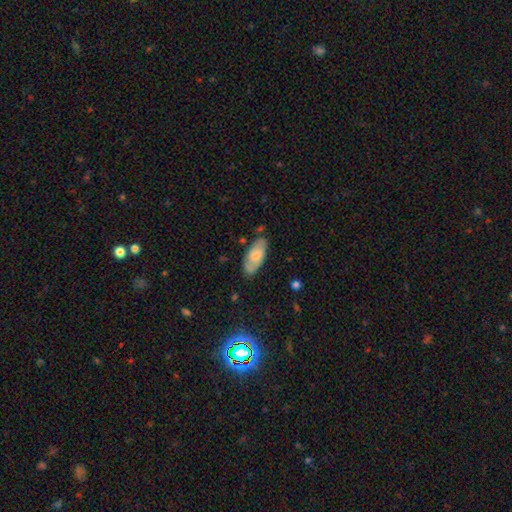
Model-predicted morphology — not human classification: Smooth or featured?
  - smooth: 63% *
  - featured or disk: 31%
  - star or artifact: 6%
How rounded?
  - in between: 87% *
  - cigar-shaped: 11%
  - round: 2%
Merging?
  - none: 75% *
  - minor disturbance: 19%
  - major disturbance: 4%
  - merger: 2%